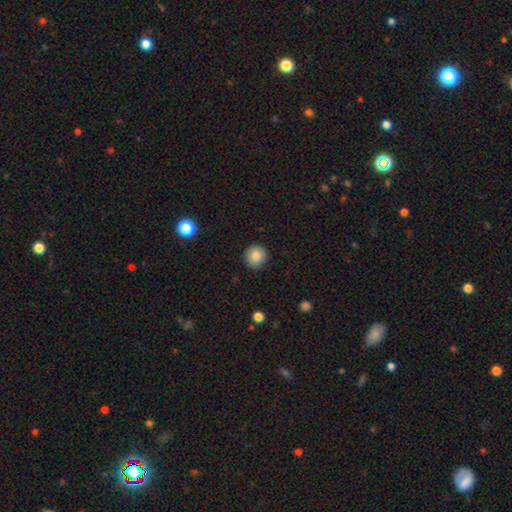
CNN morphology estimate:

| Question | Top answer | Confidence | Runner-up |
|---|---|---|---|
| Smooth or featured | smooth | 85% | star or artifact (9%) |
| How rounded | round | 93% | in between (6%) |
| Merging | none | 88% | minor disturbance (9%) |